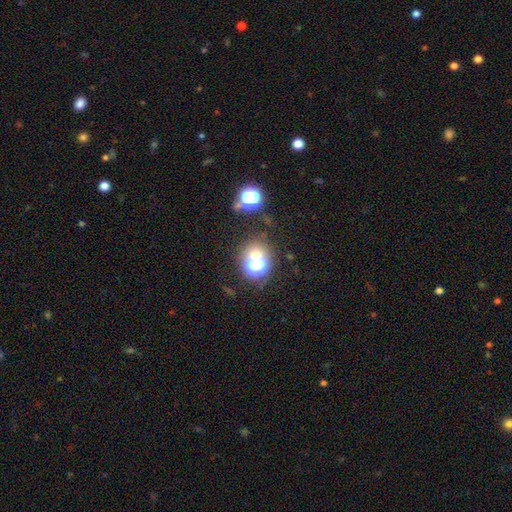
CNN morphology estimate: type=smooth (50%); merging=none (59%).